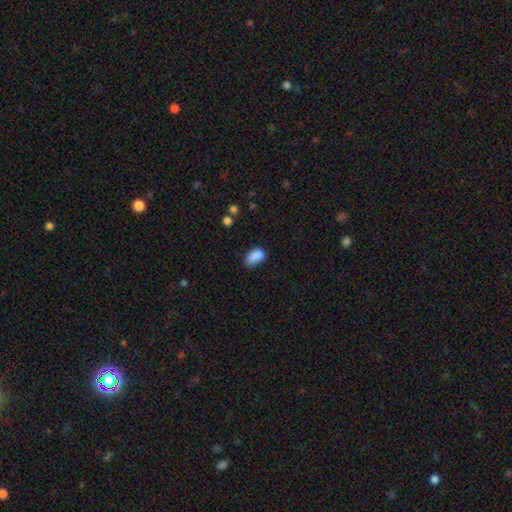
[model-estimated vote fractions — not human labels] Morphology: type=smooth (86%); roundness=in between (91%); merging=none (53%).